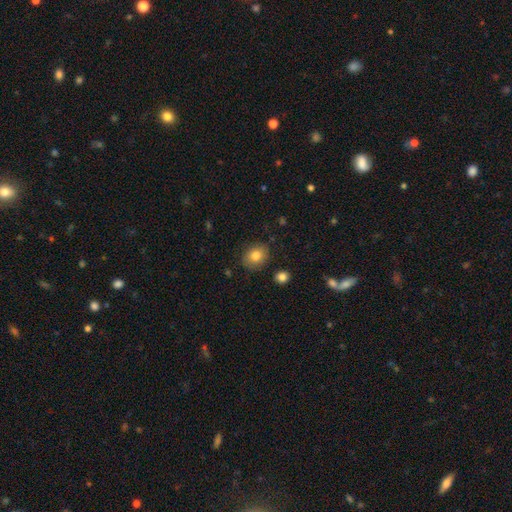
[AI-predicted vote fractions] Smooth or featured: smooth — 81% (featured or disk — 10%)
How rounded: round — 55% (in between — 44%)
Merging: none — 84% (minor disturbance — 12%)